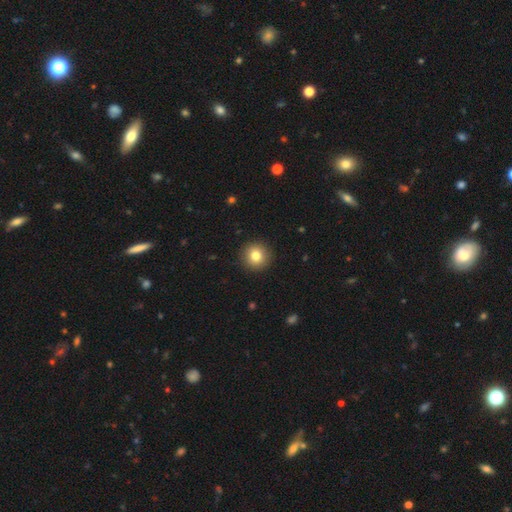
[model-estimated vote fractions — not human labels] Smooth or featured: smooth — 81% (star or artifact — 10%)
How rounded: round — 95% (in between — 4%)
Merging: none — 92% (minor disturbance — 5%)